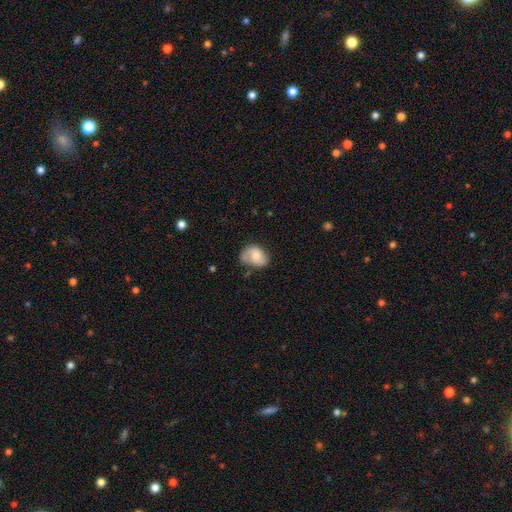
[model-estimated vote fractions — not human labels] A featured or disk galaxy (52%) with no bar (67%), spiral arms (85%) and a moderate central bulge (46%). Merging: none (54%).